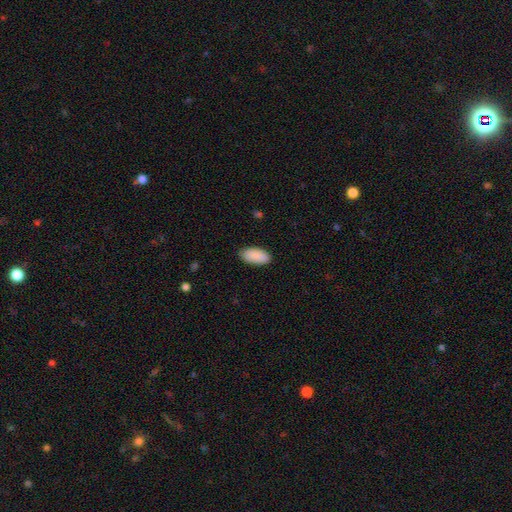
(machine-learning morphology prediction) A smooth galaxy with no disk features (91%) that is in between round and cigar-shaped (93%). Merging: none (86%).